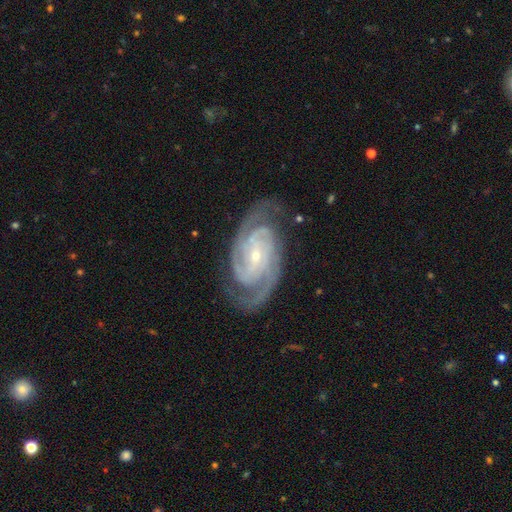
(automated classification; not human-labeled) A featured or disk galaxy (93%) with no bar (39%), 2 (56%) tight (65%) spiral arms (99%) and a small central bulge (77%). Merging: none (79%).